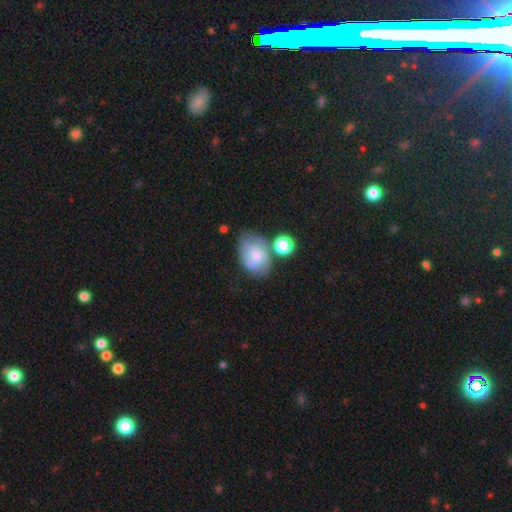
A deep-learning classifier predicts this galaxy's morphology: A smooth galaxy with no disk features (49%). Merging: none (45%).